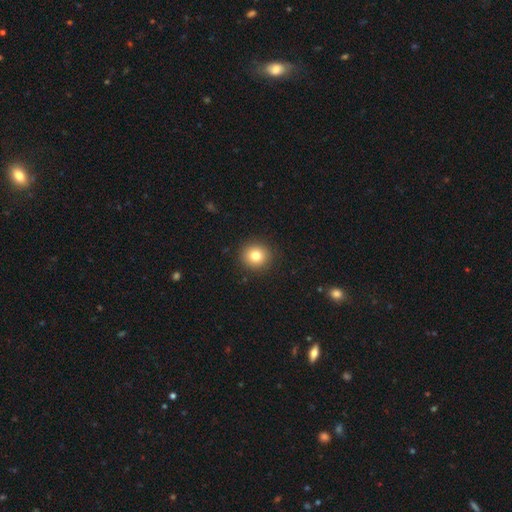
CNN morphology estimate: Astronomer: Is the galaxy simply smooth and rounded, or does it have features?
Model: smooth — 80%.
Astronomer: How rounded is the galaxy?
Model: round — 89%.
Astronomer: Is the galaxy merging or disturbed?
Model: none — 91%.